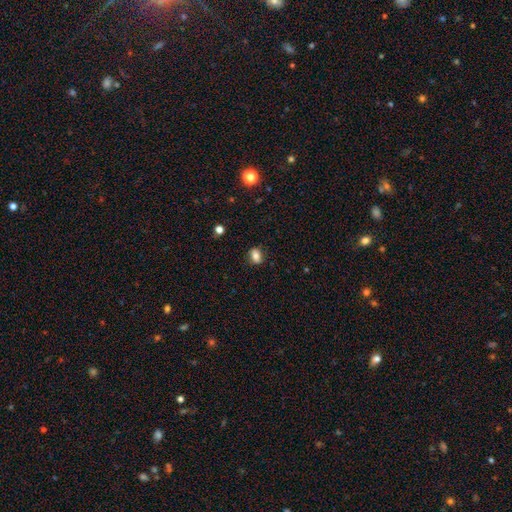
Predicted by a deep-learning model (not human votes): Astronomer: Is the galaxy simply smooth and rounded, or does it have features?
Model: smooth — 79%.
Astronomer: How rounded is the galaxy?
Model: in between — 69%.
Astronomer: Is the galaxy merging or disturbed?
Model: none — 82%.